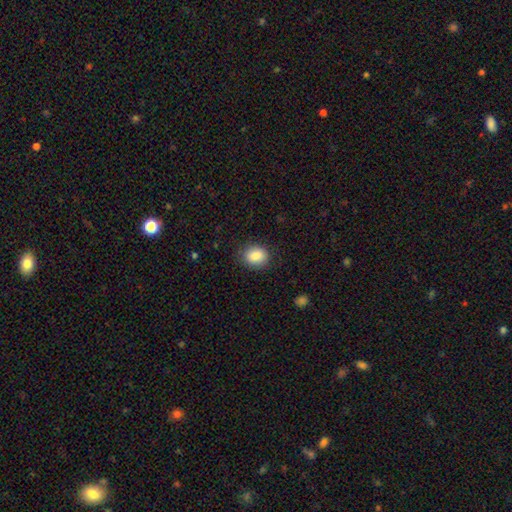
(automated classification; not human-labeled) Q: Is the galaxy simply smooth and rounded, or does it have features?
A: smooth — 87%.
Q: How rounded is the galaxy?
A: round — 53%.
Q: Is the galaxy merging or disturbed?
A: none — 84%.